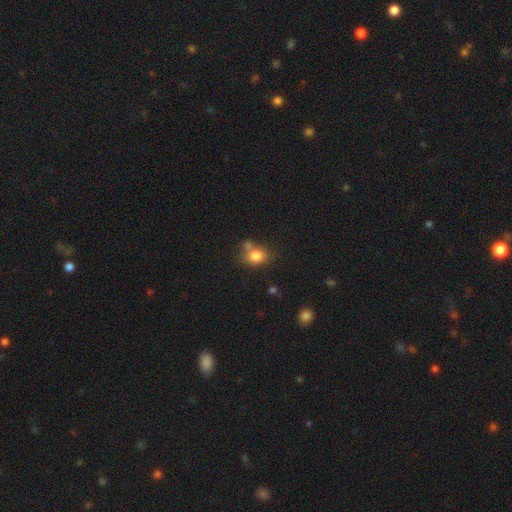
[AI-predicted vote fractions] This is clearly a smooth galaxy (81%). How rounded: possibly in between (55%). Merging: possibly none (53%).